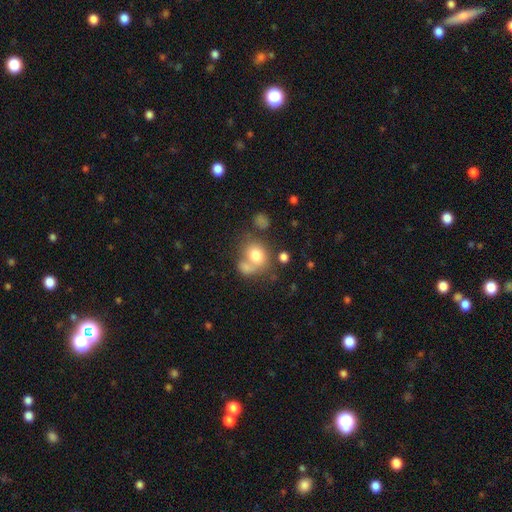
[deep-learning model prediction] smooth 74%, featured or disk 16%, star or artifact 10%. Down the decision tree: how rounded — round (58%); merging — merger (40%).